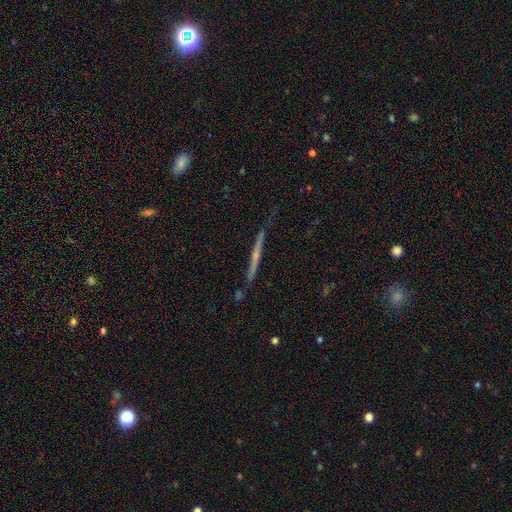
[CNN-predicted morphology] This appears to be a featured or disk galaxy (69%) viewed edge-on (97%) with no central bulge (55%). Merging: none (83%).